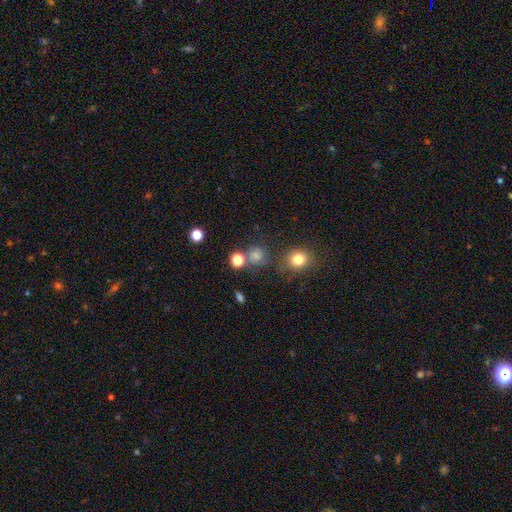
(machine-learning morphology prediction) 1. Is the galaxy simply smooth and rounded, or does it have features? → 74% smooth, 18% star or artifact, 8% featured or disk.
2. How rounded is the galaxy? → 85% round, 14% in between, 1% cigar-shaped.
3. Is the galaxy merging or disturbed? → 68% none, 13% minor disturbance, 13% merger, 6% major disturbance.